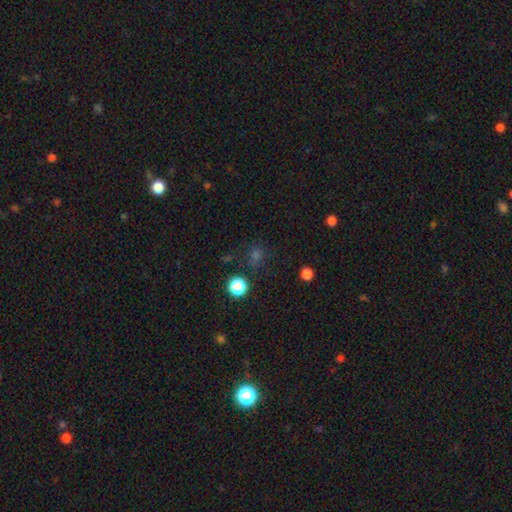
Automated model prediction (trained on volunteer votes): The model was most divided on "smooth or featured": smooth: 49%, star or artifact: 43%, featured or disk: 8%. More confident: merging — none (76%).